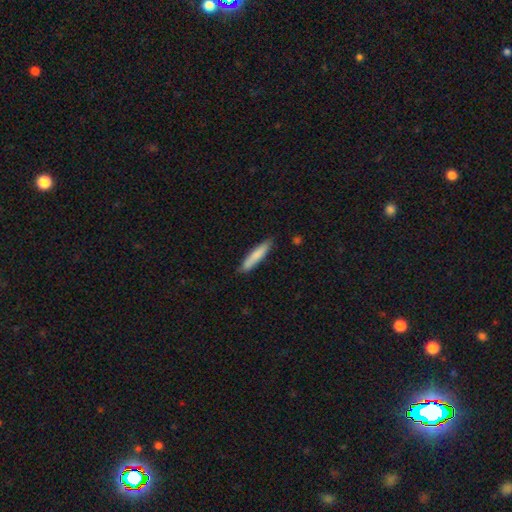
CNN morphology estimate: type=smooth (79%); roundness=cigar-shaped (89%); merging=none (85%).